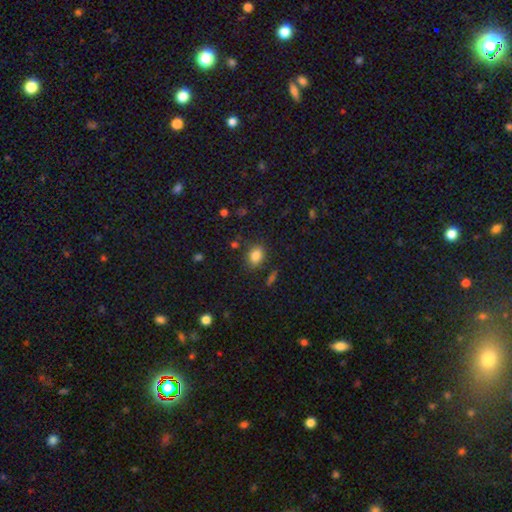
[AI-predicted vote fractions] Smooth or featured? Predicted: smooth (p=0.83). How rounded? Predicted: in between (p=0.60). Merging? Predicted: none (p=0.80).